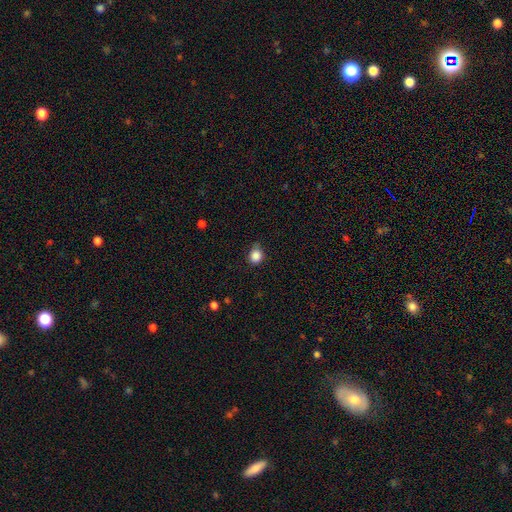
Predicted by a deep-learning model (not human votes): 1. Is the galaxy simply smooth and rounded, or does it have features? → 86% smooth, 10% star or artifact, 4% featured or disk.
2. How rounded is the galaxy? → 75% round, 24% in between, 1% cigar-shaped.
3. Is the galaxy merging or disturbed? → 69% none, 25% minor disturbance, 5% major disturbance, 2% merger.